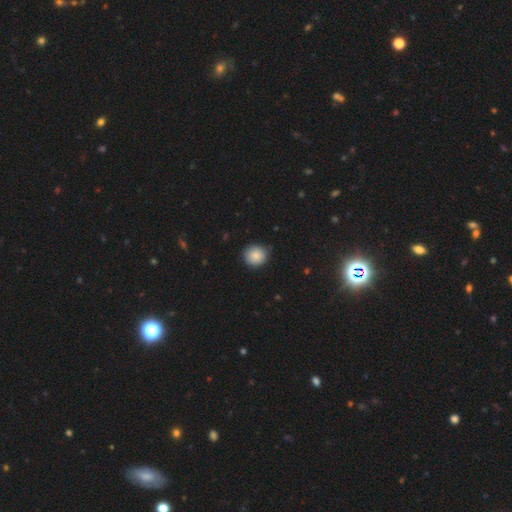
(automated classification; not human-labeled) Smooth or featured: smooth — 86% (star or artifact — 8%)
How rounded: round — 90% (in between — 9%)
Merging: none — 86% (minor disturbance — 11%)